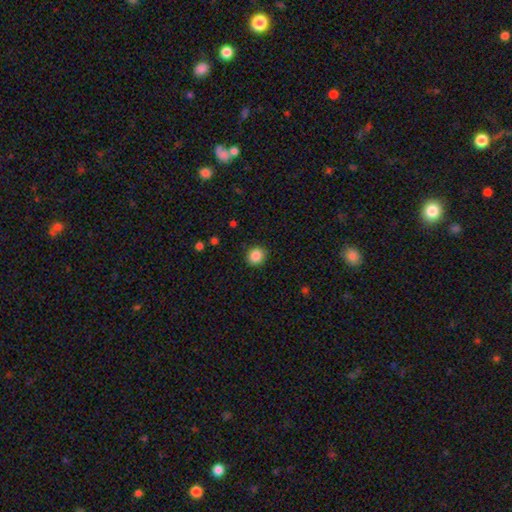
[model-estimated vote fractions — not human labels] Overall: smooth (87%). How rounded: round (84%). Merging: none (90%).